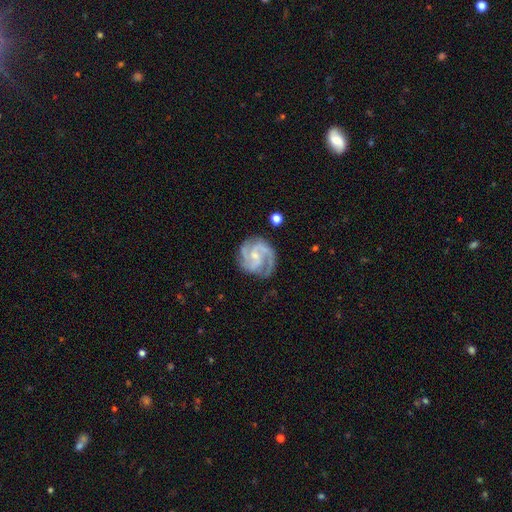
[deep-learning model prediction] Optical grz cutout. It shows a featured or disk galaxy (90%) with no bar (47%), 3 (53%) medium (49%) spiral arms (98%) and a small central bulge (61%). Merging: none (75%).